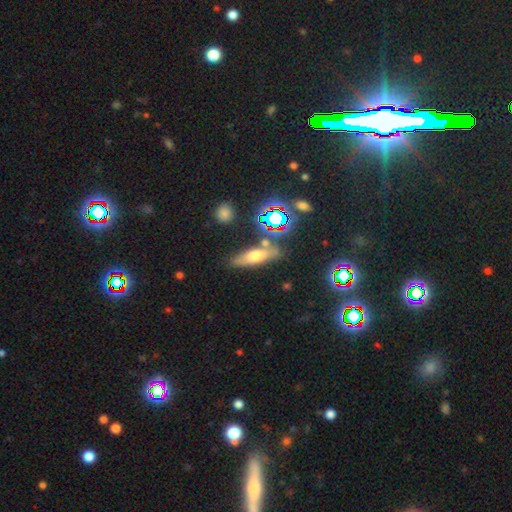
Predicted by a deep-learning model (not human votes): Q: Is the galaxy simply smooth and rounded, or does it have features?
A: smooth — 53%.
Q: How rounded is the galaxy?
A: cigar-shaped — 49%.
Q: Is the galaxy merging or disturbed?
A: none — 72%.